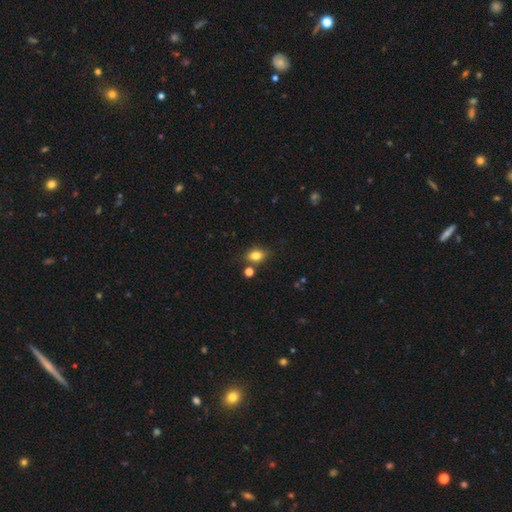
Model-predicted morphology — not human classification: The model was most divided on "how rounded": in between: 70%, round: 28%, cigar-shaped: 2%. More confident: smooth or featured — smooth (81%); merging — none (75%).